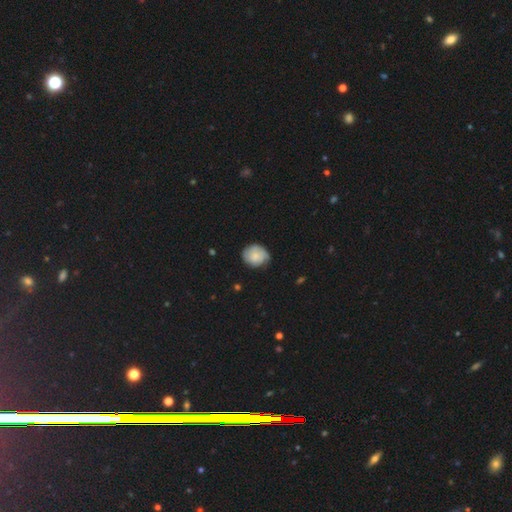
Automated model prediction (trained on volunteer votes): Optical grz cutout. It shows a smooth galaxy with no disk features (59%) that is round (70%). Merging: none (67%).